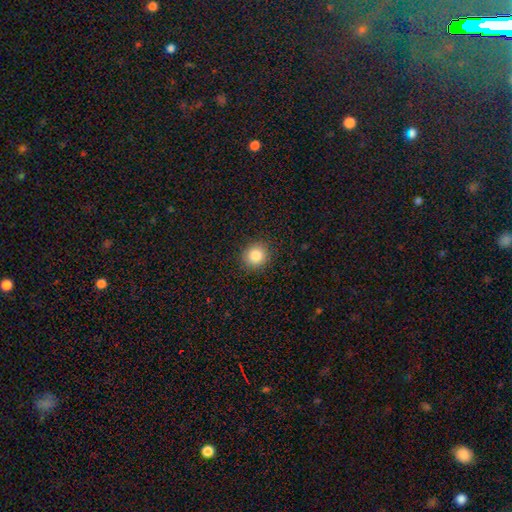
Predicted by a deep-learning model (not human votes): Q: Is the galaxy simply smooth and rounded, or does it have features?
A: smooth — 84%.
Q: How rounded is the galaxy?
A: round — 89%.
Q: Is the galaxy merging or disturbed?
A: none — 91%.